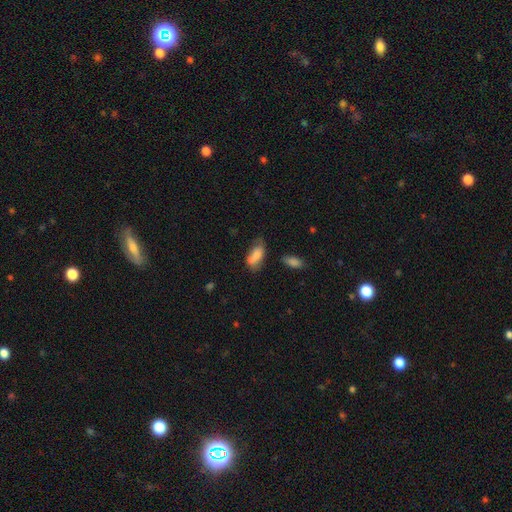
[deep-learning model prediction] smooth 80%, featured or disk 13%, star or artifact 7%. Down the decision tree: how rounded — in between (88%); merging — none (49%).